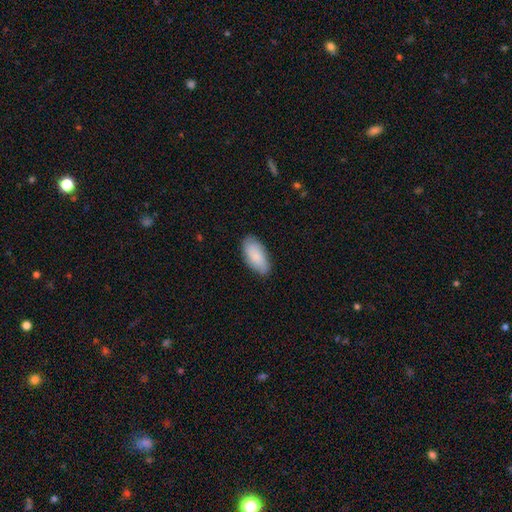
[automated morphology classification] Smooth or featured?
  - smooth: 84% *
  - featured or disk: 10%
  - star or artifact: 6%
How rounded?
  - in between: 91% *
  - cigar-shaped: 7%
  - round: 2%
Merging?
  - none: 83% *
  - minor disturbance: 13%
  - major disturbance: 2%
  - merger: 1%